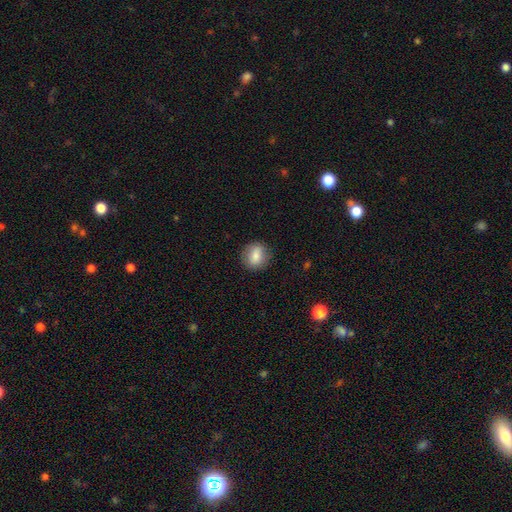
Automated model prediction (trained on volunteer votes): This appears to be a smooth galaxy with no disk features (79%) that is round (71%). Merging: none (86%).